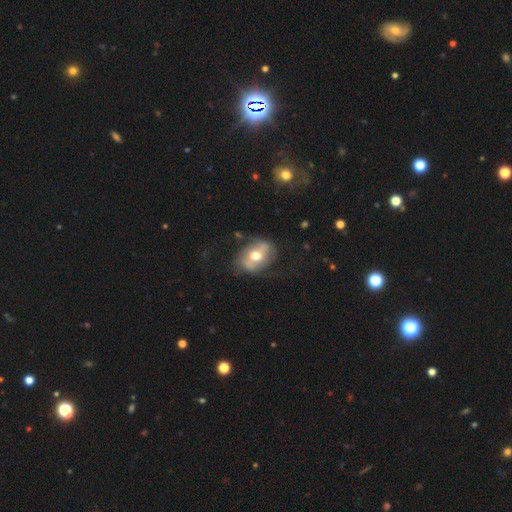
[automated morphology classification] Smooth or featured: featured or disk — 54% (smooth — 39%)
Edge-on disk: no — 93% (yes — 7%)
Merging: none — 66% (minor disturbance — 22%)